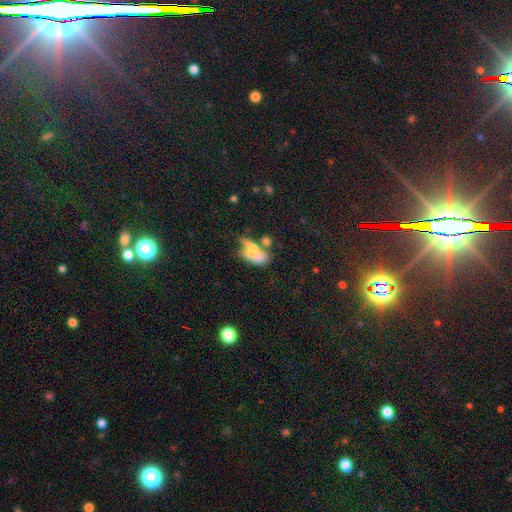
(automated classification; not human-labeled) Smooth or featured?
  - smooth: 57% *
  - featured or disk: 32%
  - star or artifact: 11%
How rounded?
  - in between: 78% *
  - cigar-shaped: 14%
  - round: 8%
Merging?
  - merger: 44% *
  - none: 23%
  - major disturbance: 17%
  - minor disturbance: 15%